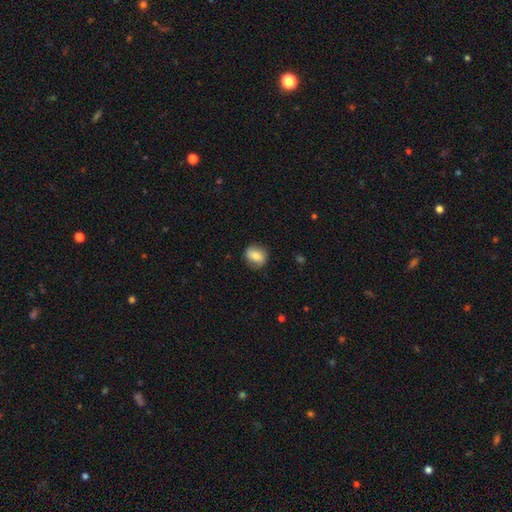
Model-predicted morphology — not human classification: The model was most divided on "how rounded": round: 61%, in between: 38%, cigar-shaped: 2%. More confident: merging — none (82%); smooth or featured — smooth (70%).